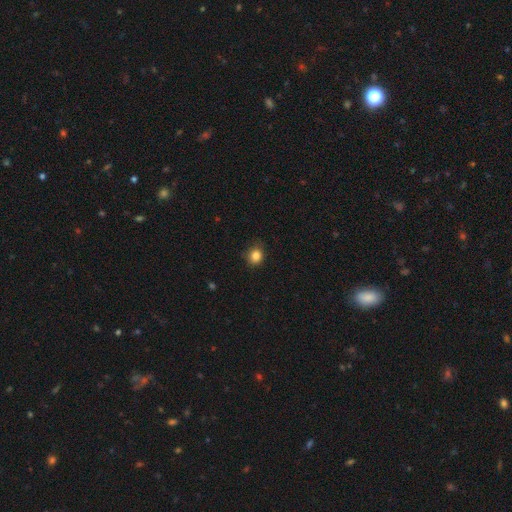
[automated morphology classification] Q: Smooth or featured?
A: smooth (84%); runner-up: star or artifact (11%)
Q: How rounded?
A: round (75%); runner-up: in between (24%)
Q: Merging?
A: none (80%); runner-up: minor disturbance (16%)